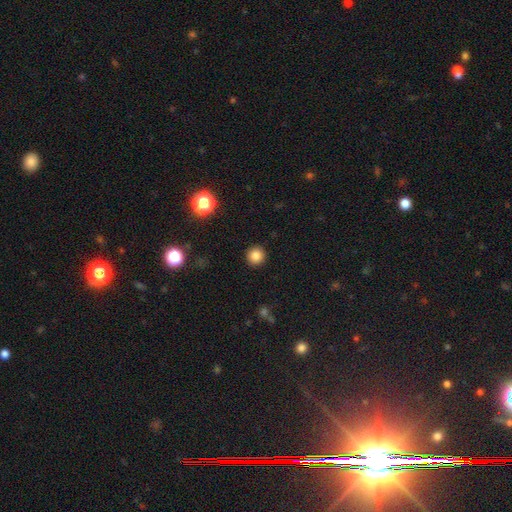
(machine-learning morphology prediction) smooth-or-featured: smooth: 83% | star or artifact: 12% | featured or disk: 5%
  how-rounded: round: 95% | in between: 4% | cigar-shaped: 1%
  merging: none: 93% | minor disturbance: 5% | major disturbance: 2% | merger: 1%